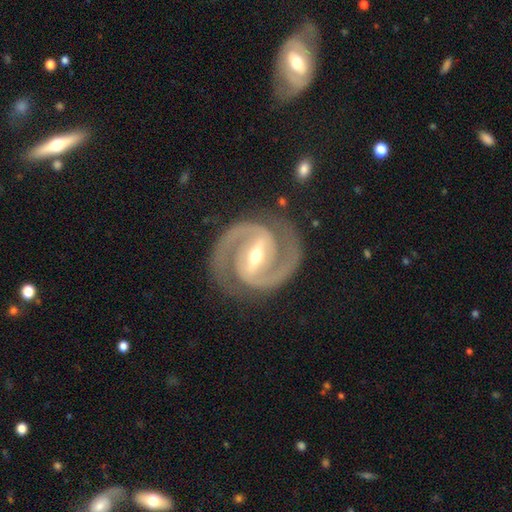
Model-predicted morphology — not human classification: smooth_or_featured: featured or disk (p=0.93) [alt: star or artifact p=0.04]
disk_edge_on: no (p=0.98) [alt: yes p=0.02]
bar: strong (p=0.70) [alt: weak p=0.24]
has_spiral_arms: yes (p=0.98) [alt: no p=0.02]
spiral_winding: tight (p=0.48) [alt: medium p=0.47]
spiral_arm_count: 2 (p=0.94) [alt: 3 p=0.02]
bulge_size: moderate (p=0.60) [alt: small p=0.35]
merging: none (p=0.86) [alt: minor disturbance p=0.10]